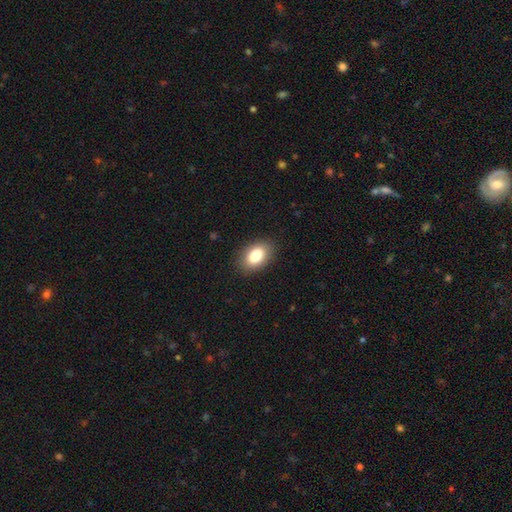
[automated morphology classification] Smooth or featured? Predicted: smooth (p=0.83). How rounded? Predicted: in between (p=0.88). Merging? Predicted: none (p=0.87).